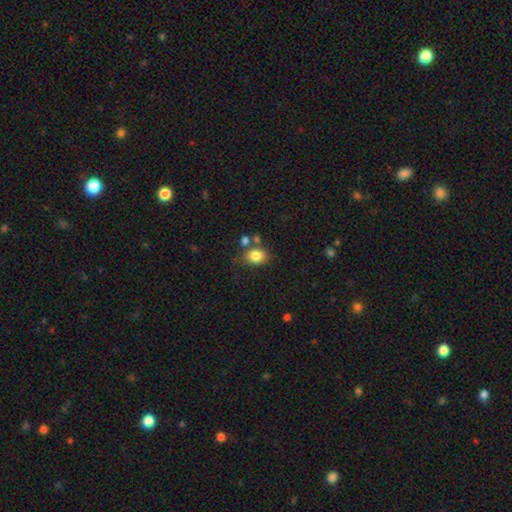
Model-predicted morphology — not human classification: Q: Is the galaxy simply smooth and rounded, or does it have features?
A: smooth — 83%.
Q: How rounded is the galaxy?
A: round — 51%.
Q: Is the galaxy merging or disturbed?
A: none — 66%.